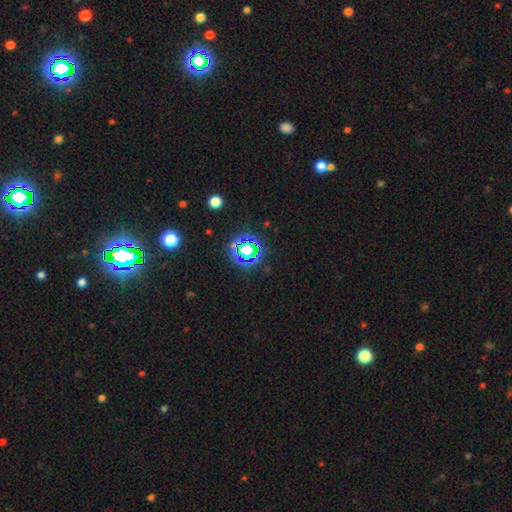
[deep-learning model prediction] smooth-or-featured: star or artifact: 77% | smooth: 15% | featured or disk: 8%